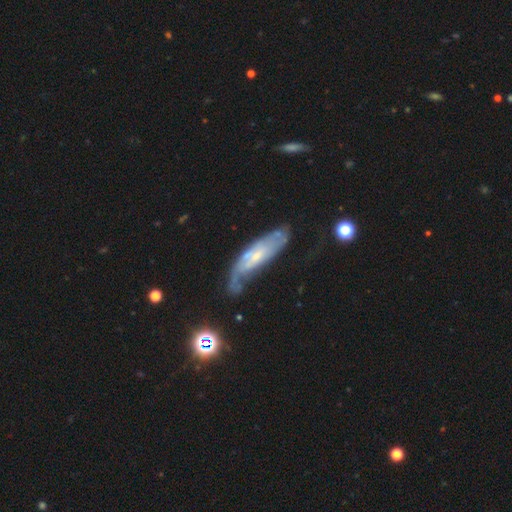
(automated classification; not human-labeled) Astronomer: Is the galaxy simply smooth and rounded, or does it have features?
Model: featured or disk — 67%.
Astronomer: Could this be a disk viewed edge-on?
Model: no — 76%.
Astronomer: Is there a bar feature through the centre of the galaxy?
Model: no — 59%.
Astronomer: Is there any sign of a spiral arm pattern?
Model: yes — 79%.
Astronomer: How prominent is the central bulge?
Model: small — 68%.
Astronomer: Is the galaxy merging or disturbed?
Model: none — 45% (runner-up: minor disturbance, 29%).